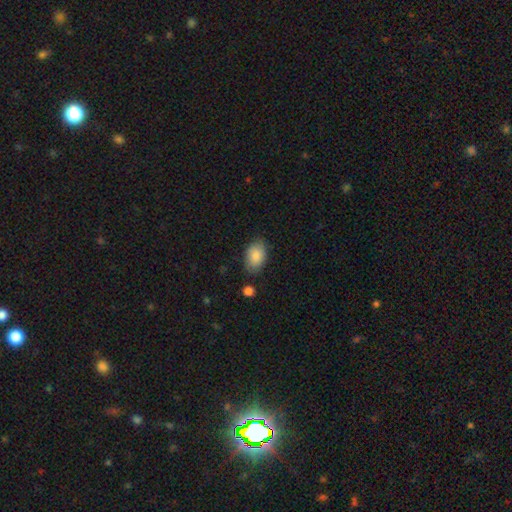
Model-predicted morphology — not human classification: smooth_or_featured: smooth (p=0.88) [alt: featured or disk p=0.06]
how_rounded: in between (p=0.91) [alt: round p=0.08]
merging: none (p=0.79) [alt: minor disturbance p=0.15]